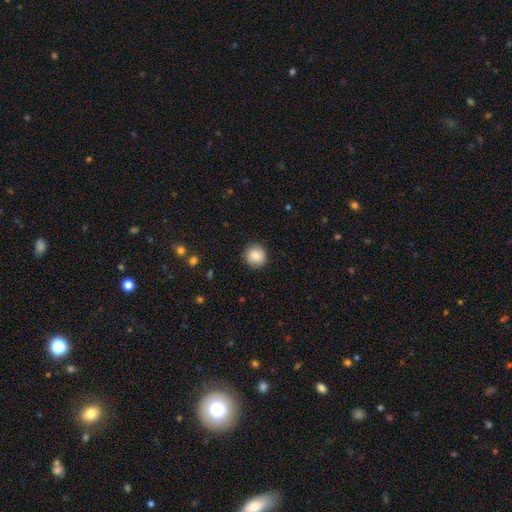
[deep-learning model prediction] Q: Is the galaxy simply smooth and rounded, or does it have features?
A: smooth — 85%.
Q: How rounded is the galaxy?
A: round — 89%.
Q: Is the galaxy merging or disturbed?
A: none — 88%.